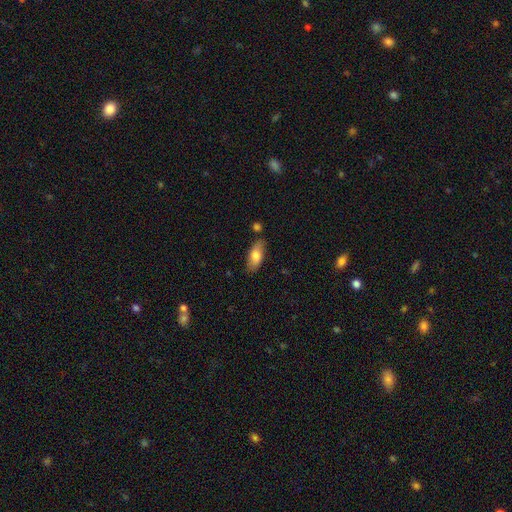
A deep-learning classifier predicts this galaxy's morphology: A smooth galaxy with no disk features (74%) that is in between round and cigar-shaped (82%). Merging: none (80%).